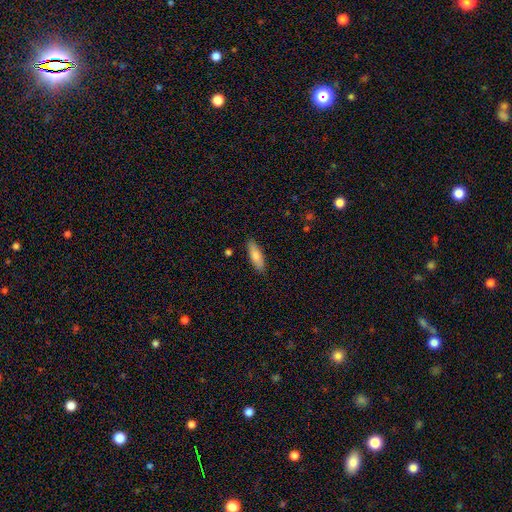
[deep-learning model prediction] Morphology: type=smooth (79%); roundness=in between (55%); merging=none (87%).